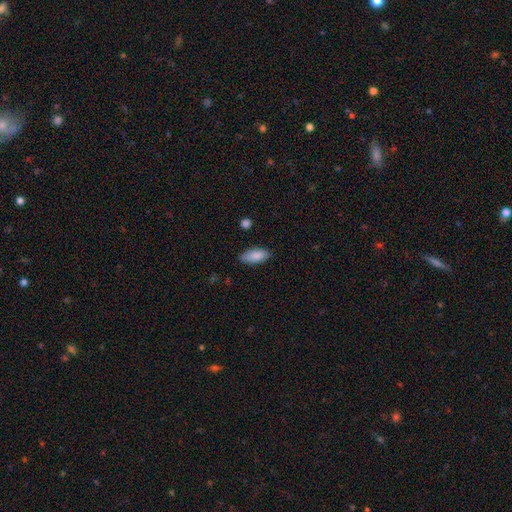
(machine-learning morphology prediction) smooth_or_featured: smooth (p=0.87) [alt: featured or disk p=0.07]
how_rounded: in between (p=0.84) [alt: cigar-shaped p=0.14]
merging: none (p=0.83) [alt: minor disturbance p=0.13]